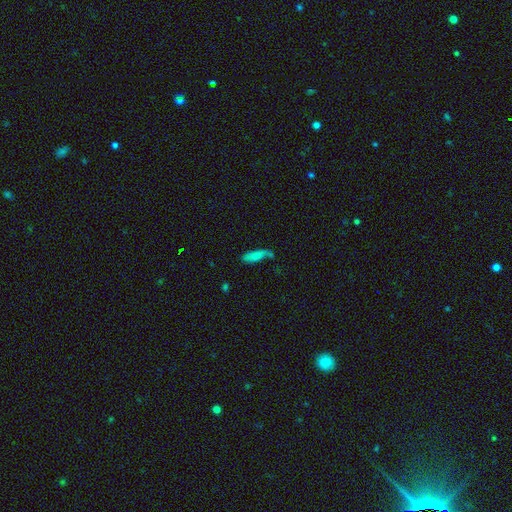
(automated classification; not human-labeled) Overall: smooth (77%). How rounded: cigar-shaped (52%; in between 46%). Merging: none (46%; minor disturbance 28%).